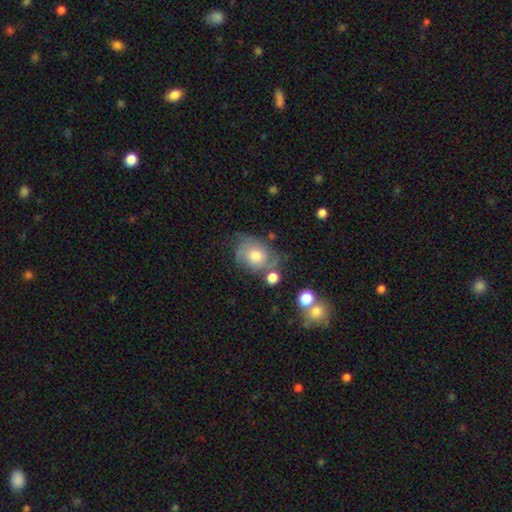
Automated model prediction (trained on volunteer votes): smooth_or_featured: featured or disk (p=0.49) [alt: smooth p=0.41]
merging: none (p=0.49) [alt: minor disturbance p=0.27]